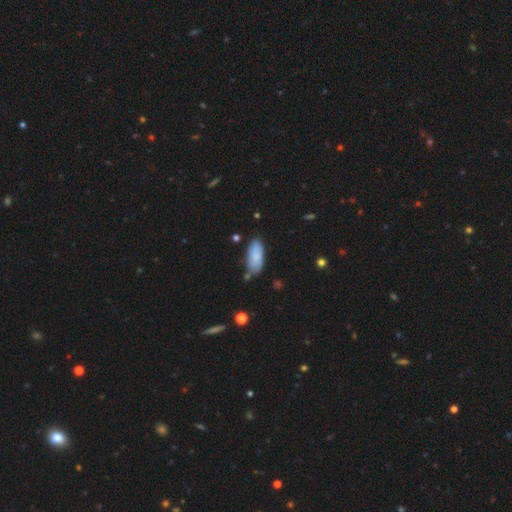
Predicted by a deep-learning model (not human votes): smooth 79%, featured or disk 15%, star or artifact 6%. Down the decision tree: how rounded — in between (86%); merging — none (63%).